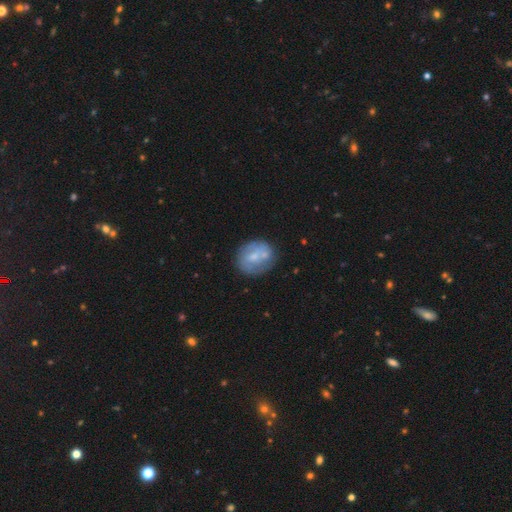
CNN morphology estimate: This is possibly a smooth galaxy (48%). Merging: likely none (63%).